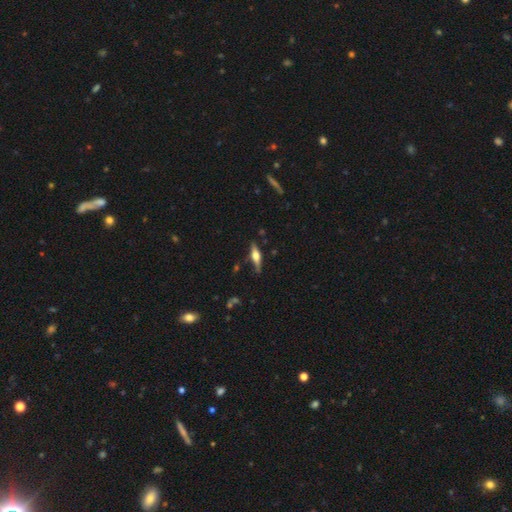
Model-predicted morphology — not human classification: Smooth or featured? Predicted: featured or disk (p=0.62). Edge-on disk? Predicted: yes (p=0.95). Edge-on bulge? Predicted: rounded (p=0.88). Merging? Predicted: none (p=0.82).